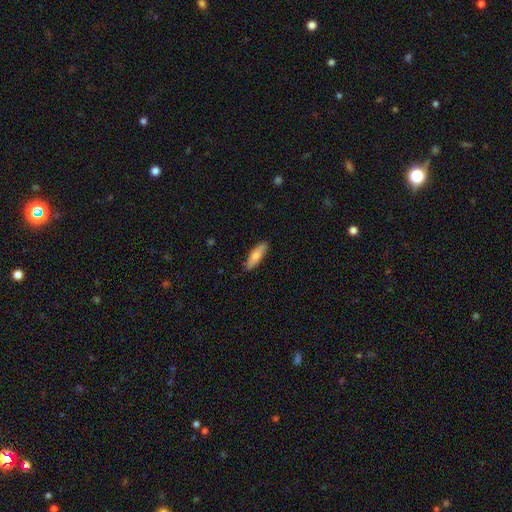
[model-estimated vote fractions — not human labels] Morphology: type=smooth (77%); roundness=cigar-shaped (57%); merging=none (86%).